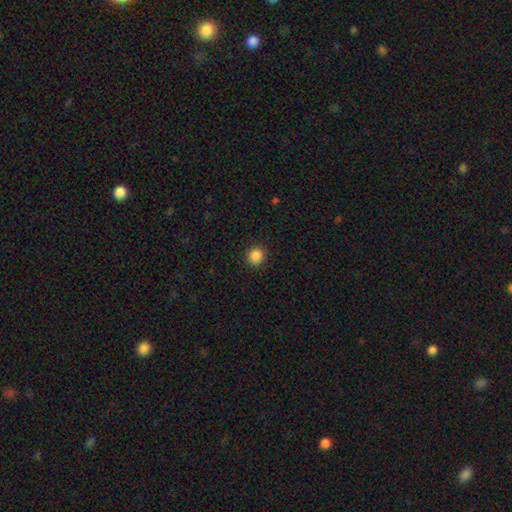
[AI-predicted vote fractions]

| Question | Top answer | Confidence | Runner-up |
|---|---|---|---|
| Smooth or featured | smooth | 87% | star or artifact (10%) |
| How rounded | round | 91% | in between (8%) |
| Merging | none | 92% | minor disturbance (5%) |